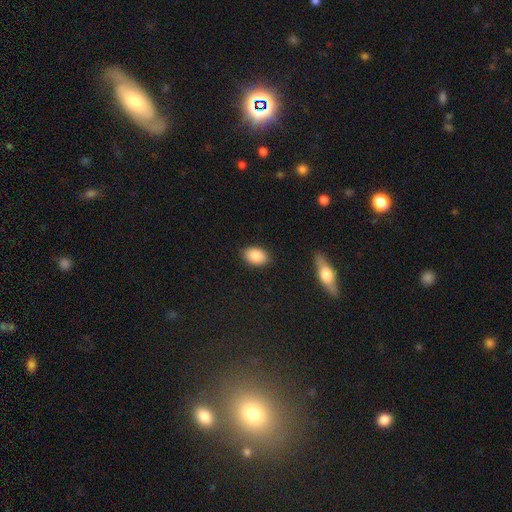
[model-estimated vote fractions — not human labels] Smooth or featured? Predicted: smooth (p=0.87). How rounded? Predicted: in between (p=0.87). Merging? Predicted: none (p=0.87).